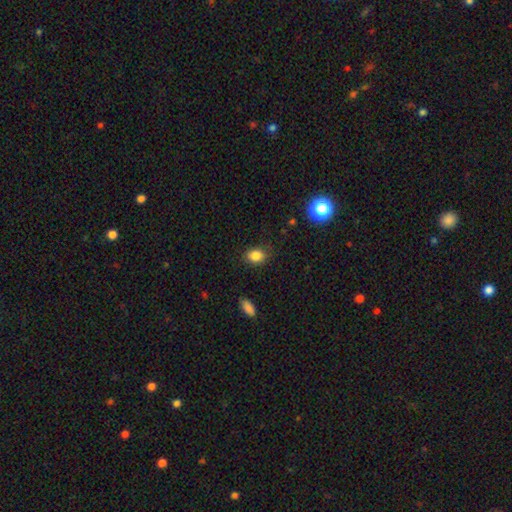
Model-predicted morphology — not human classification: Overall: smooth (85%). How rounded: in between (64%; round 34%). Merging: none (81%).